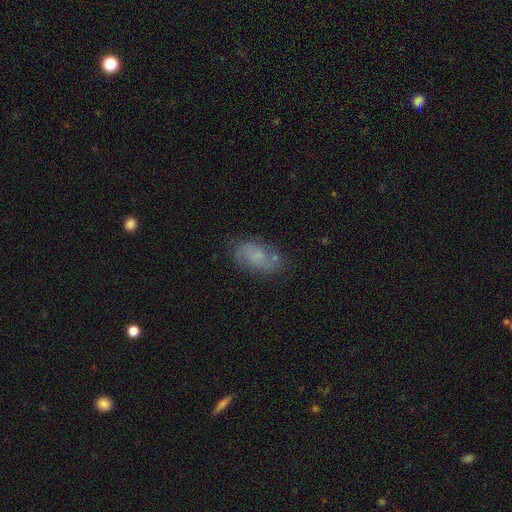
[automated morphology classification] Smooth or featured? Predicted: smooth (p=0.46). Merging? Predicted: none (p=0.65).